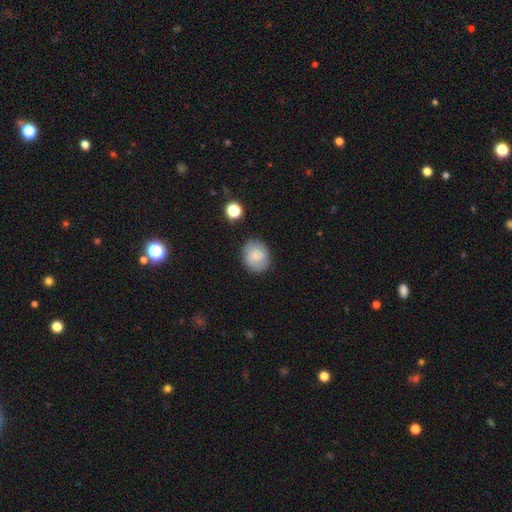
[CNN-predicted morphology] The model was most divided on "how rounded": round: 74%, in between: 25%, cigar-shaped: 1%. More confident: merging — none (83%); smooth or featured — smooth (77%).